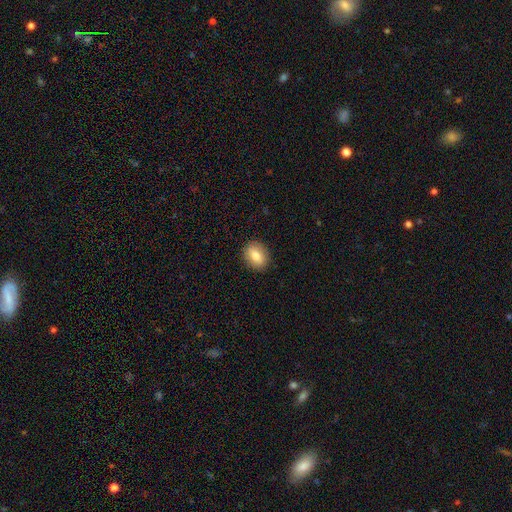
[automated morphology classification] Smooth or featured?
  - smooth: 79% *
  - featured or disk: 13%
  - star or artifact: 8%
How rounded?
  - in between: 51% *
  - round: 47%
  - cigar-shaped: 1%
Merging?
  - none: 90% *
  - minor disturbance: 7%
  - major disturbance: 2%
  - merger: 1%